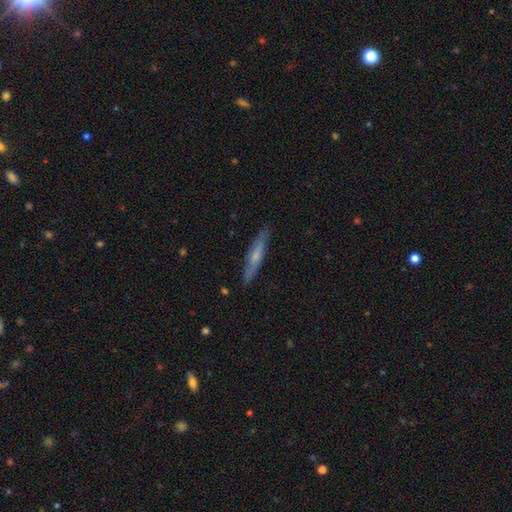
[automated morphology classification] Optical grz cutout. It shows a featured or disk galaxy (48%). Merging: none (85%).